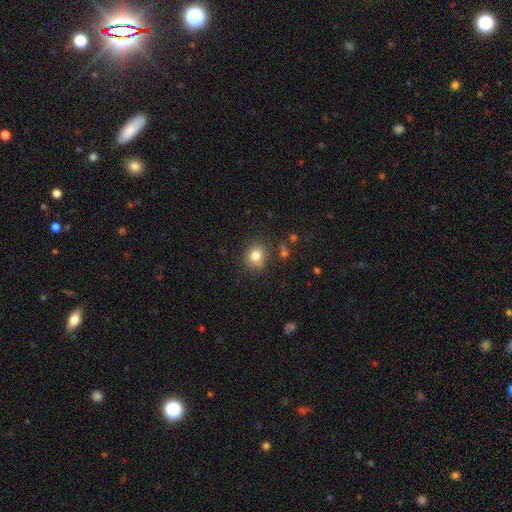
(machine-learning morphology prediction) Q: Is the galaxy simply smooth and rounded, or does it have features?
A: smooth — 81%.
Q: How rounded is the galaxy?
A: round — 78%.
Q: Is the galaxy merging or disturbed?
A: none — 79%.